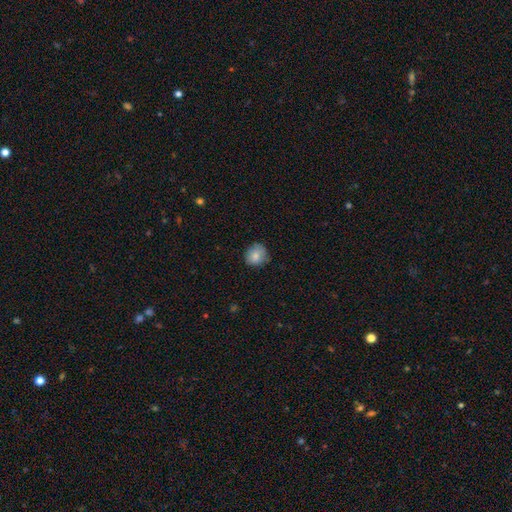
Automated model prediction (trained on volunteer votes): Smooth or featured?
  - smooth: 82% *
  - featured or disk: 10%
  - star or artifact: 9%
How rounded?
  - round: 79% *
  - in between: 20%
  - cigar-shaped: 1%
Merging?
  - none: 69% *
  - minor disturbance: 24%
  - major disturbance: 5%
  - merger: 1%